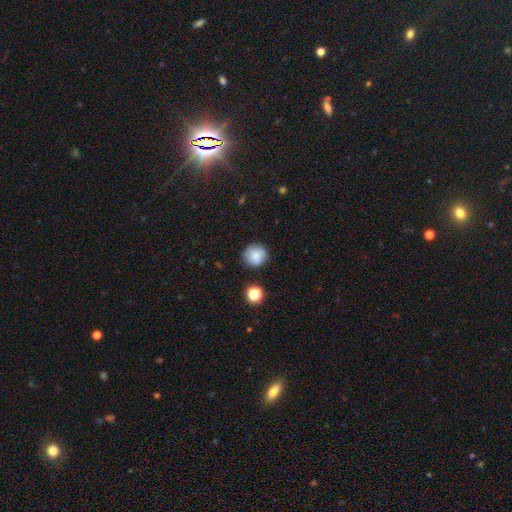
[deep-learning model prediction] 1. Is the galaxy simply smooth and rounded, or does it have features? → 81% smooth, 10% star or artifact, 9% featured or disk.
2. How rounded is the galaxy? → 92% round, 8% in between, 1% cigar-shaped.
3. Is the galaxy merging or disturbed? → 81% none, 12% minor disturbance, 4% merger, 3% major disturbance.